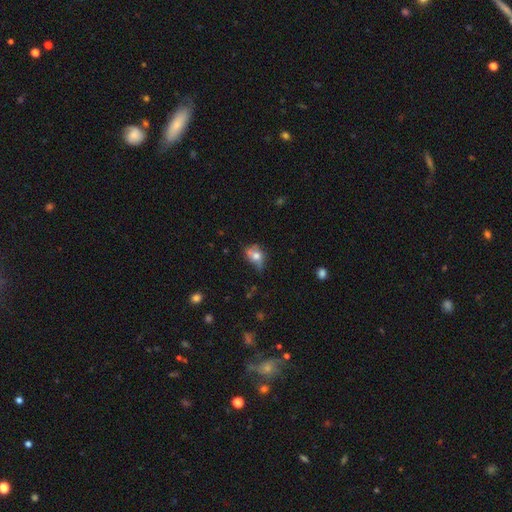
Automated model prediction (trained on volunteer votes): This is possibly a smooth galaxy (59%). How rounded: likely in between (63%). Merging: marginally none (37%).